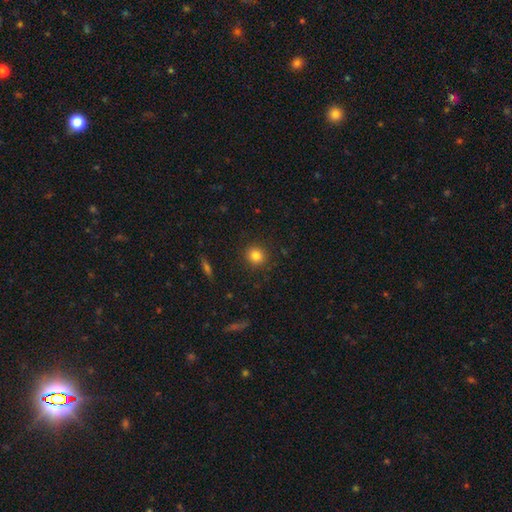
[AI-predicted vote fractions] Overall: smooth (84%). How rounded: round (86%). Merging: none (89%).